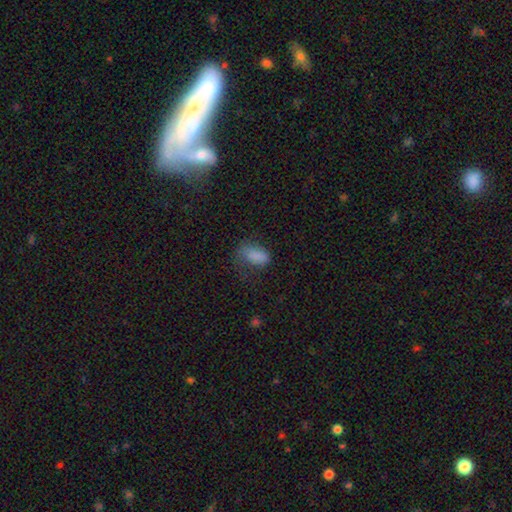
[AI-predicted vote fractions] This appears to be a smooth galaxy with no disk features (80%) that is in between round and cigar-shaped (91%). Merging: none (41%).